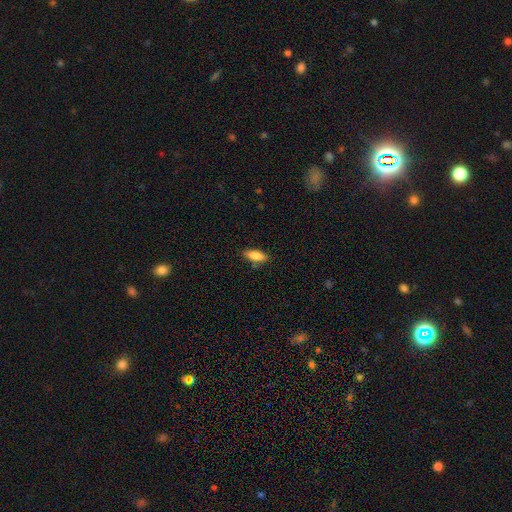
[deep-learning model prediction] Morphology: type=smooth (85%); roundness=in between (72%); merging=none (82%).